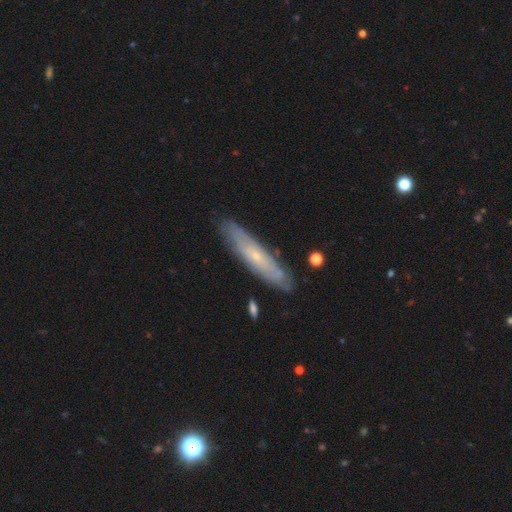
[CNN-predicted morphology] Overall: featured or disk (61%; smooth 32%). Edge-on disk: no (52%; yes 48%). Merging: none (83%).